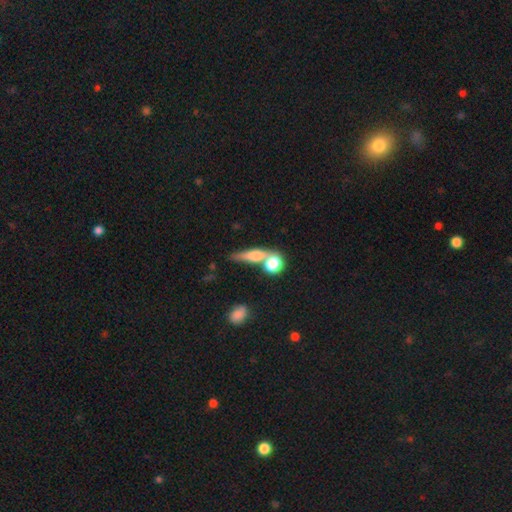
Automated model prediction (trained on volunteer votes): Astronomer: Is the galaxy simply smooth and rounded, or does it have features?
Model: smooth — 61%.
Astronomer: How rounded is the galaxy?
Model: cigar-shaped — 42% (runner-up: in between, 30%).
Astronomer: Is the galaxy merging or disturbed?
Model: none — 47% (runner-up: merger, 34%).